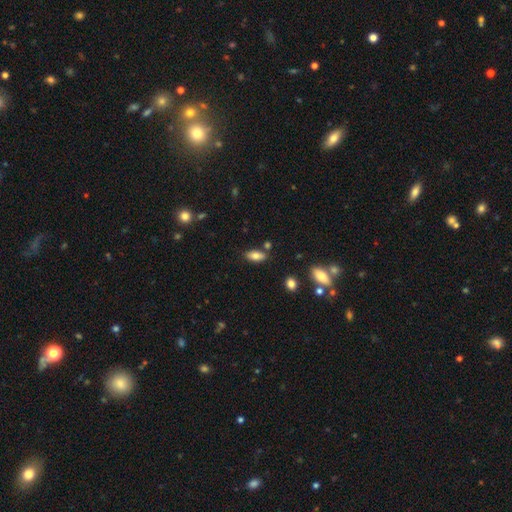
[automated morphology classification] type=smooth (80%); roundness=in between (85%); merging=none (78%).